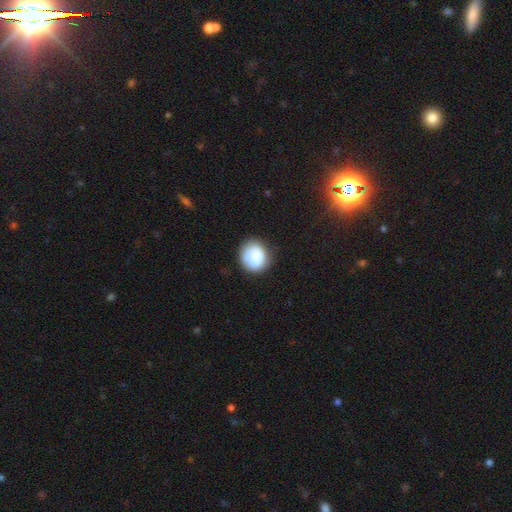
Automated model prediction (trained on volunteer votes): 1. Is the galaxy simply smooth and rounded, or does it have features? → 82% smooth, 10% featured or disk, 8% star or artifact.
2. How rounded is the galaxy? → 77% round, 22% in between, 1% cigar-shaped.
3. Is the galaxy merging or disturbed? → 76% none, 17% minor disturbance, 4% major disturbance, 2% merger.